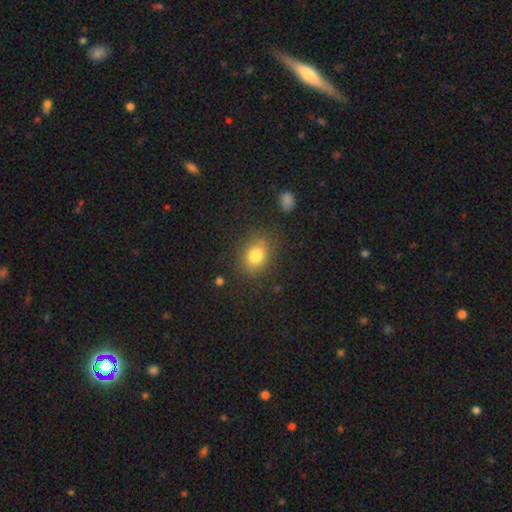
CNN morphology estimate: A smooth galaxy with no disk features (80%) that is in between round and cigar-shaped (54%). Merging: none (78%).